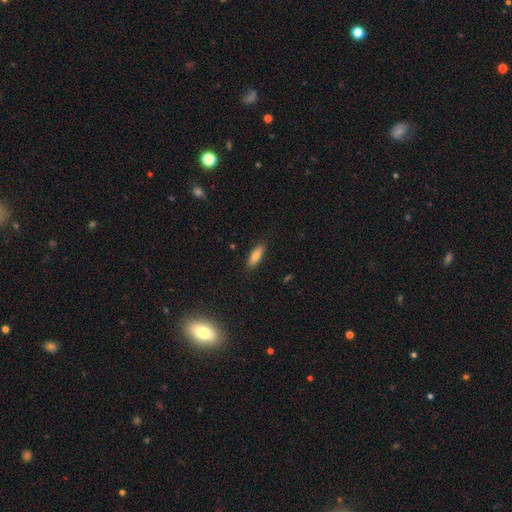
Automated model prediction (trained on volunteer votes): smooth_or_featured: smooth (p=0.75) [alt: featured or disk p=0.18]
how_rounded: in between (p=0.57) [alt: cigar-shaped p=0.40]
merging: none (p=0.86) [alt: minor disturbance p=0.10]